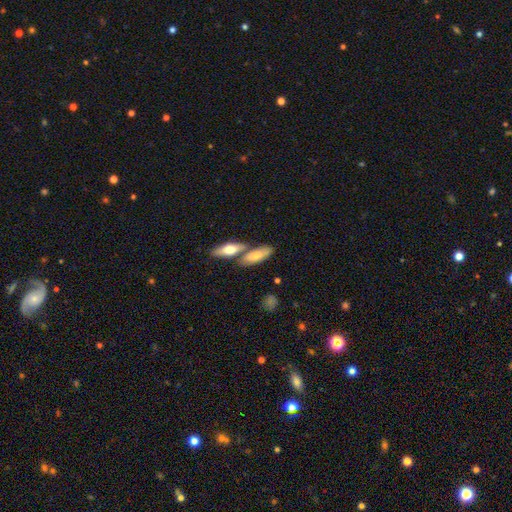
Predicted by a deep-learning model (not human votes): A smooth galaxy with no disk features (65%) that is in between round and cigar-shaped (65%). Merging: none (52%).